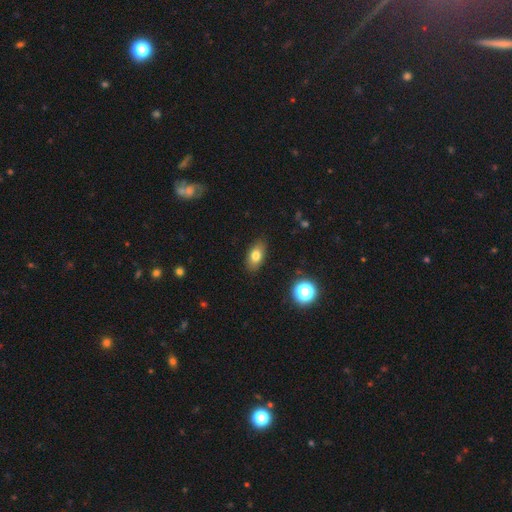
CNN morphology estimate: A smooth galaxy with no disk features (78%) that is in between round and cigar-shaped (87%).

Vote fractions:
- Smooth or featured? smooth: 78% / featured or disk: 12% / star or artifact: 10%
- How rounded? in between: 87% / round: 9% / cigar-shaped: 3%
- Merging? none: 87% / minor disturbance: 10% / major disturbance: 2% / merger: 1%